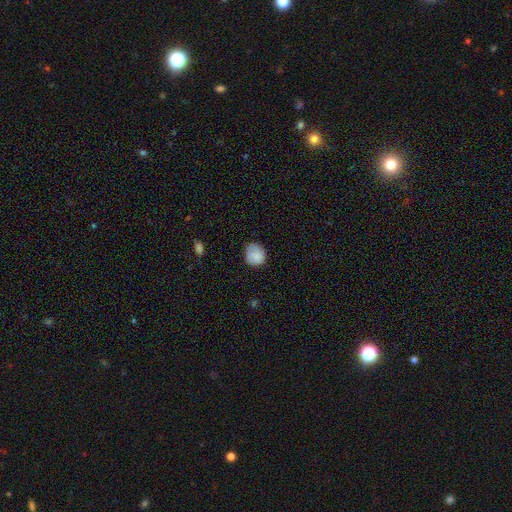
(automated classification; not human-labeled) Smooth or featured?
  - smooth: 83% *
  - featured or disk: 9%
  - star or artifact: 8%
How rounded?
  - round: 77% *
  - in between: 22%
  - cigar-shaped: 1%
Merging?
  - none: 63% *
  - minor disturbance: 29%
  - major disturbance: 7%
  - merger: 1%